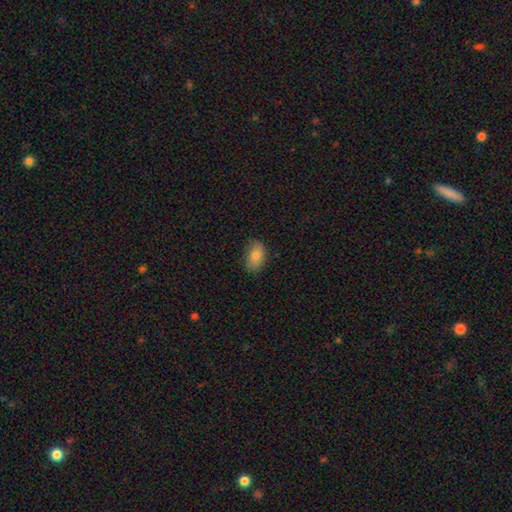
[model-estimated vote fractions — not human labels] A smooth galaxy with no disk features (83%) that is in between round and cigar-shaped (90%).

Vote fractions:
- Smooth or featured? smooth: 83% / featured or disk: 8% / star or artifact: 8%
- How rounded? in between: 90% / round: 9% / cigar-shaped: 2%
- Merging? none: 80% / minor disturbance: 16% / major disturbance: 3% / merger: 1%